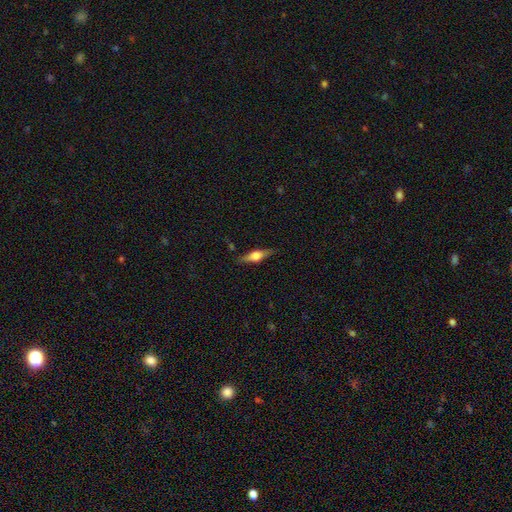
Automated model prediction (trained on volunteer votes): A featured or disk galaxy (62%) viewed edge-on (95%) with a rounded central bulge (92%).

Vote fractions:
- Smooth or featured? featured or disk: 62% / smooth: 32% / star or artifact: 7%
- Edge-on disk? yes: 95% / no: 5%
- Edge-on bulge? rounded: 92% / boxy: 7% / none: 2%
- Merging? none: 86% / minor disturbance: 10% / major disturbance: 2% / merger: 1%